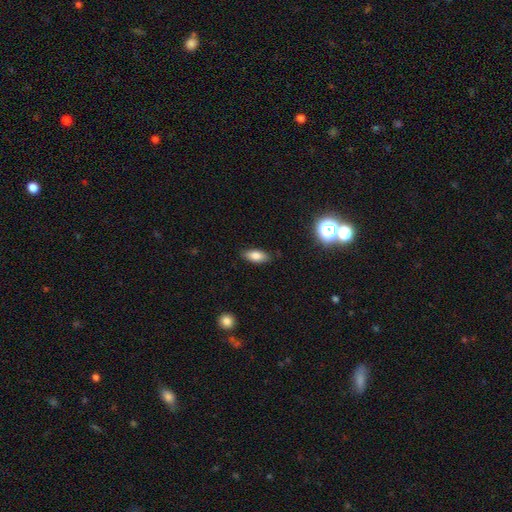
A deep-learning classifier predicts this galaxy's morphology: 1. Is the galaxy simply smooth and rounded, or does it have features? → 81% smooth, 11% featured or disk, 9% star or artifact.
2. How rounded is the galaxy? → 84% in between, 13% cigar-shaped, 3% round.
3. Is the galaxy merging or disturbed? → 85% none, 12% minor disturbance, 2% major disturbance, 1% merger.